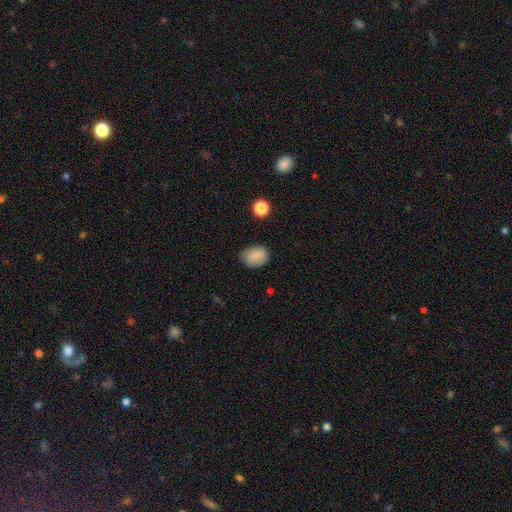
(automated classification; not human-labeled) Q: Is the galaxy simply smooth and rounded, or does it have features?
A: smooth — 86%.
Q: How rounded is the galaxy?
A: in between — 71%.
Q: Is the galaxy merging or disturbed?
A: none — 75%.